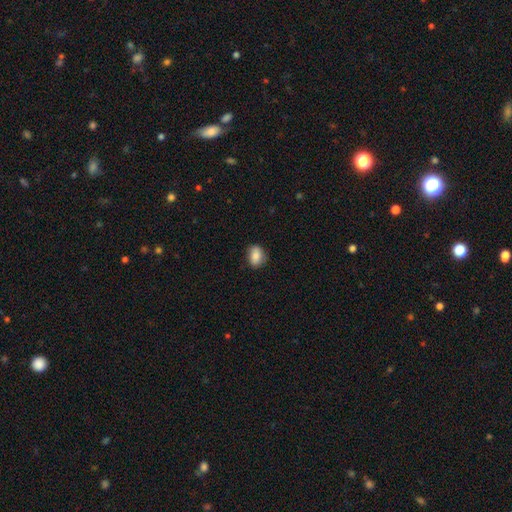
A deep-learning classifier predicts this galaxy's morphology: Smooth or featured?
  - smooth: 85% *
  - star or artifact: 8%
  - featured or disk: 7%
How rounded?
  - in between: 68% *
  - round: 30%
  - cigar-shaped: 1%
Merging?
  - none: 81% *
  - minor disturbance: 16%
  - major disturbance: 3%
  - merger: 1%